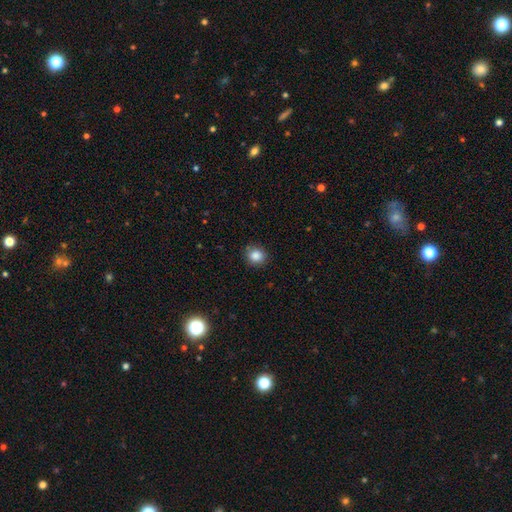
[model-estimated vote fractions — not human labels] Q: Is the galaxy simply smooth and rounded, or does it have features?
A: smooth — 86%.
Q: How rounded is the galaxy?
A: round — 83%.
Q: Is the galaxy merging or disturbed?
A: none — 86%.